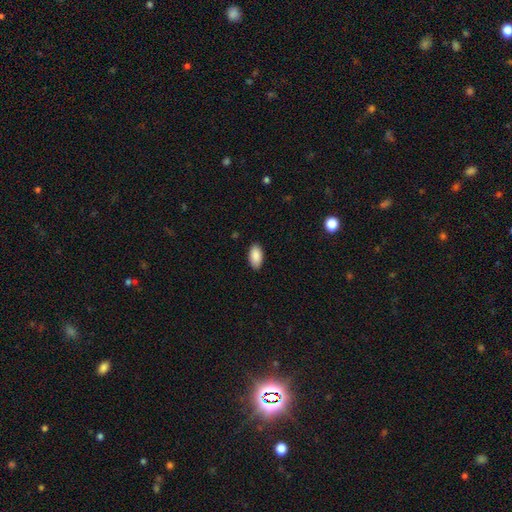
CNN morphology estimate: Smooth or featured: smooth — 90% (star or artifact — 6%)
How rounded: in between — 95% (cigar-shaped — 3%)
Merging: none — 88% (minor disturbance — 9%)